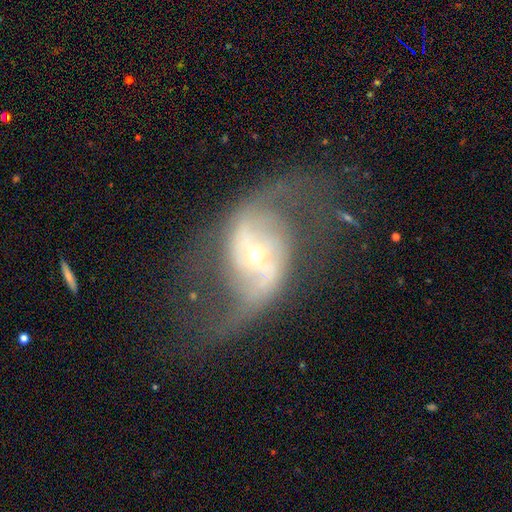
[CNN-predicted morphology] smooth-or-featured: featured or disk: 87% | star or artifact: 7% | smooth: 6%
  disk-edge-on: no: 96% | yes: 4%
    bar: strong: 38% | weak: 34% | no: 28%
    has-spiral-arms: yes: 94% | no: 6%
      spiral-winding: loose: 61% | medium: 32% | tight: 7%
      spiral-arm-count: 2: 92% | can't tell: 3% | 1: 2% | 3: 1% | 4: 1% | more than 4: 1%
    bulge-size: small: 55% | moderate: 39% | large: 3% | dominant: 1% | none: 1%
  merging: none: 68% | major disturbance: 16% | minor disturbance: 14% | merger: 2%